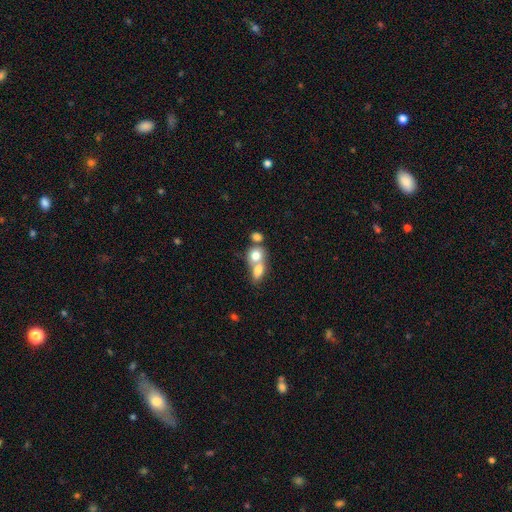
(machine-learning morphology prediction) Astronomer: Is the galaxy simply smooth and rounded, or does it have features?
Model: smooth — 74%.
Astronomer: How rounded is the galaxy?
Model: round — 52% (runner-up: in between, 46%).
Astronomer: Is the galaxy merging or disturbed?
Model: merger — 69%.